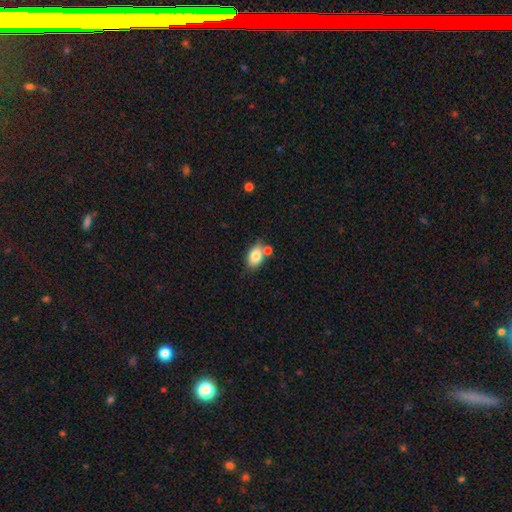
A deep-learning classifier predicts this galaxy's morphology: Q: Smooth or featured?
A: smooth (80%); runner-up: featured or disk (11%)
Q: How rounded?
A: in between (85%); runner-up: round (13%)
Q: Merging?
A: none (57%); runner-up: merger (24%)